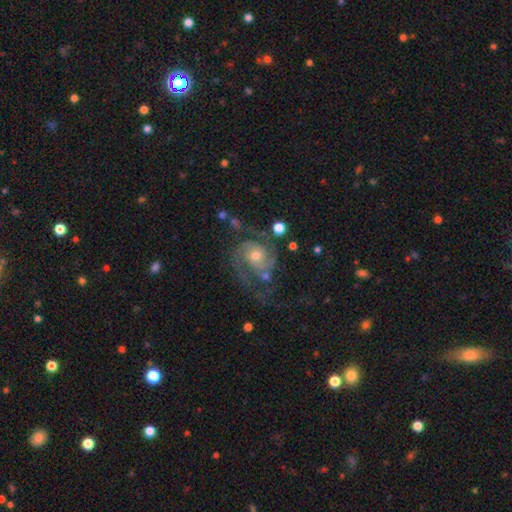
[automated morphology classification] The model was most divided on "spiral winding": medium: 47%, tight: 36%, loose: 17%. More confident: edge-on disk — no (98%); spiral arms — yes (96%); smooth or featured — featured or disk (86%); spiral arm count — 2 (74%); bar — no (74%); bulge size — moderate (58%); merging — none (55%).